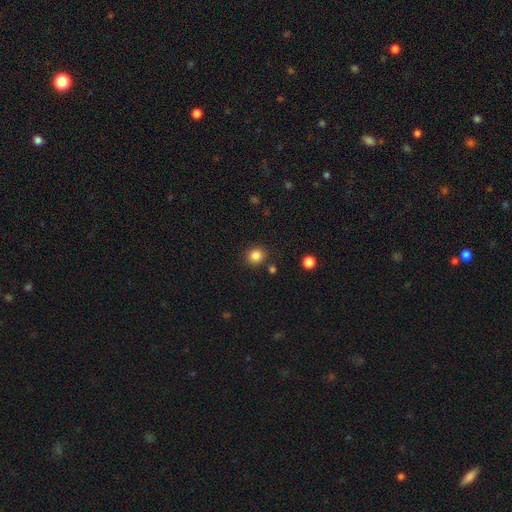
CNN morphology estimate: smooth_or_featured: smooth (p=0.85) [alt: star or artifact p=0.12]
how_rounded: round (p=0.85) [alt: in between p=0.14]
merging: none (p=0.87) [alt: minor disturbance p=0.07]